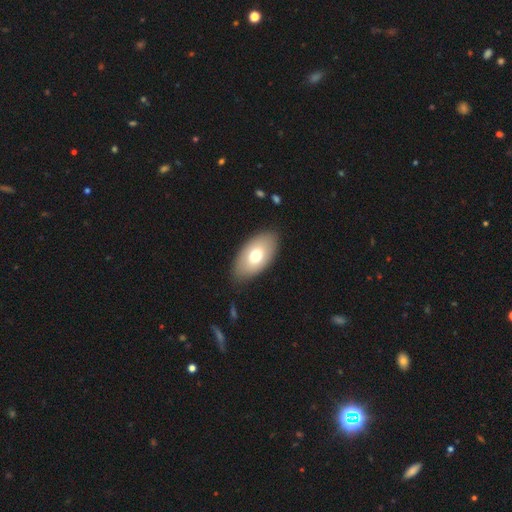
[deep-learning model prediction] Overall: smooth (70%). How rounded: in between (94%). Merging: none (84%).